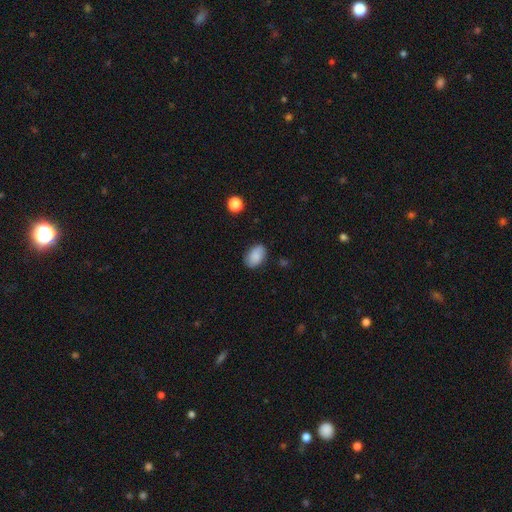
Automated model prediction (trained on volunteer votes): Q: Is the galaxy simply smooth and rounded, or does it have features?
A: smooth — 84%.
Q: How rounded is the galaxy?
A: in between — 88%.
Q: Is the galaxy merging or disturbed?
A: none — 80%.